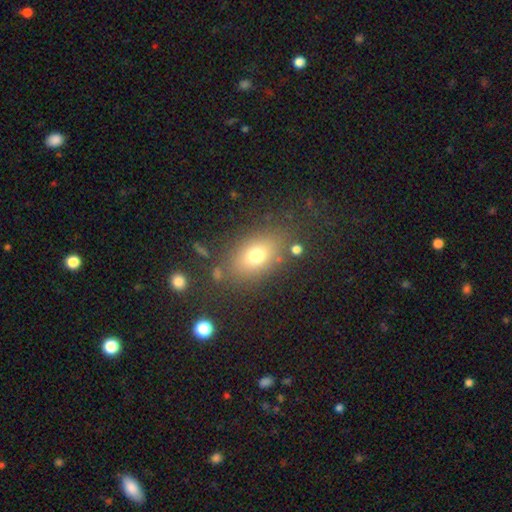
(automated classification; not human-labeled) Q: Smooth or featured?
A: smooth (72%); runner-up: featured or disk (14%)
Q: How rounded?
A: in between (73%); runner-up: round (24%)
Q: Merging?
A: none (77%); runner-up: minor disturbance (12%)